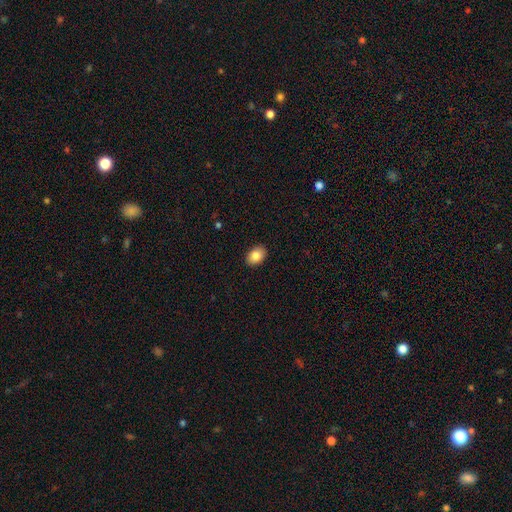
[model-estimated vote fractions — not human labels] Smooth or featured?
  - smooth: 85% *
  - featured or disk: 8%
  - star or artifact: 8%
How rounded?
  - in between: 82% *
  - round: 17%
  - cigar-shaped: 1%
Merging?
  - none: 90% *
  - minor disturbance: 7%
  - major disturbance: 2%
  - merger: 1%